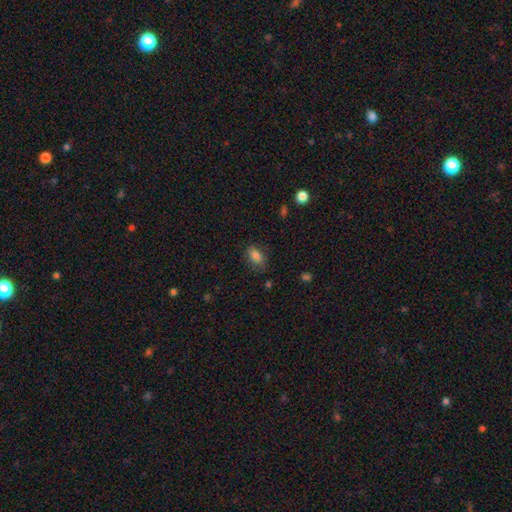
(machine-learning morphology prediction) The model was most divided on "merging": none: 74%, minor disturbance: 19%, major disturbance: 5%, merger: 2%. More confident: how rounded — in between (86%); smooth or featured — smooth (82%).